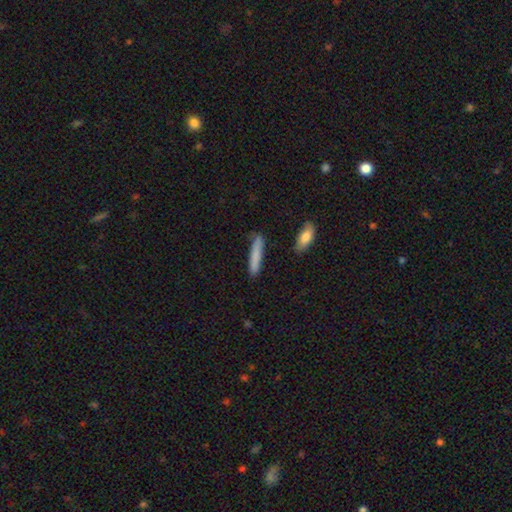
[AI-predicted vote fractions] This is clearly a smooth galaxy (81%). How rounded: clearly cigar-shaped (90%). Merging: clearly none (86%).